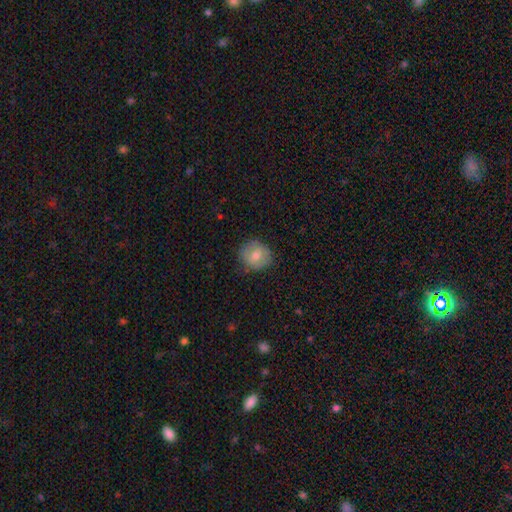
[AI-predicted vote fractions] Q: Smooth or featured?
A: smooth (72%); runner-up: featured or disk (20%)
Q: How rounded?
A: round (84%); runner-up: in between (15%)
Q: Merging?
A: none (84%); runner-up: minor disturbance (13%)